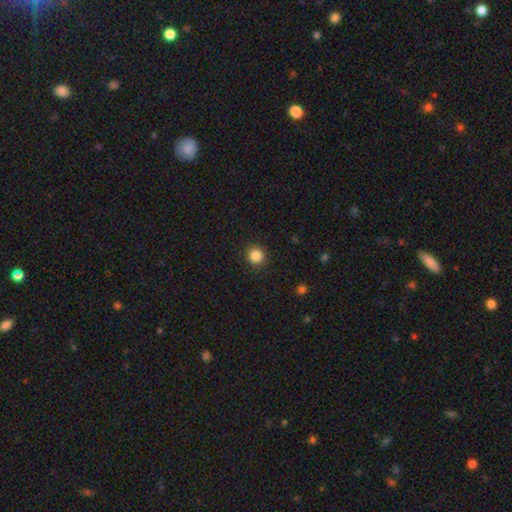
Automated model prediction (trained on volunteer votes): The model was most divided on "smooth or featured": smooth: 85%, star or artifact: 11%, featured or disk: 4%. More confident: how rounded — round (93%); merging — none (91%).